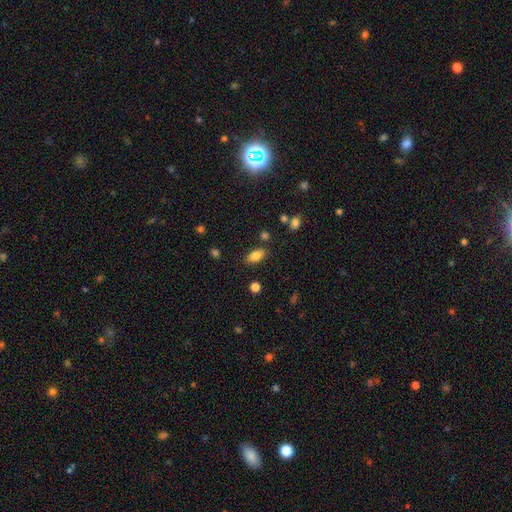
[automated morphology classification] Overall: smooth (82%). How rounded: in between (89%). Merging: none (81%).